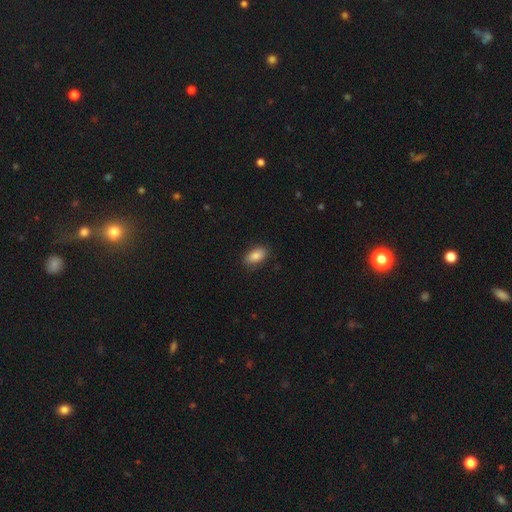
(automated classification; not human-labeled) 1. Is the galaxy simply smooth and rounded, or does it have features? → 84% smooth, 8% featured or disk, 7% star or artifact.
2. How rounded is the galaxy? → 91% in between, 5% cigar-shaped, 4% round.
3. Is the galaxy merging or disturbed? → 84% none, 12% minor disturbance, 3% major disturbance, 1% merger.